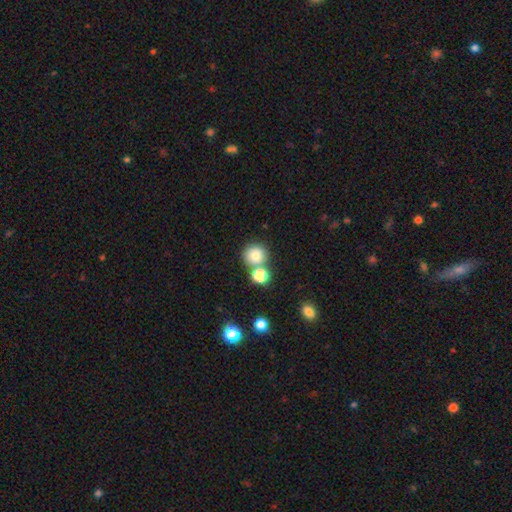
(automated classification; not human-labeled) This appears to be a smooth galaxy with no disk features (80%) that is round (90%). Merging: none (63%).